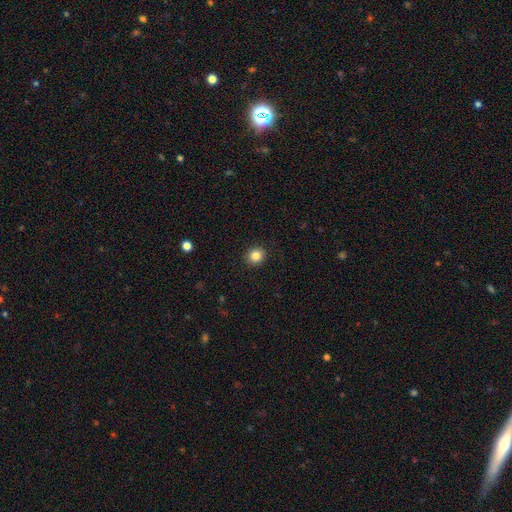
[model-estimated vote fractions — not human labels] A smooth galaxy with no disk features (85%) that is round (84%).

Vote fractions:
- Smooth or featured? smooth: 85% / star or artifact: 10% / featured or disk: 5%
- How rounded? round: 84% / in between: 15% / cigar-shaped: 1%
- Merging? none: 91% / minor disturbance: 6% / major disturbance: 2% / merger: 1%